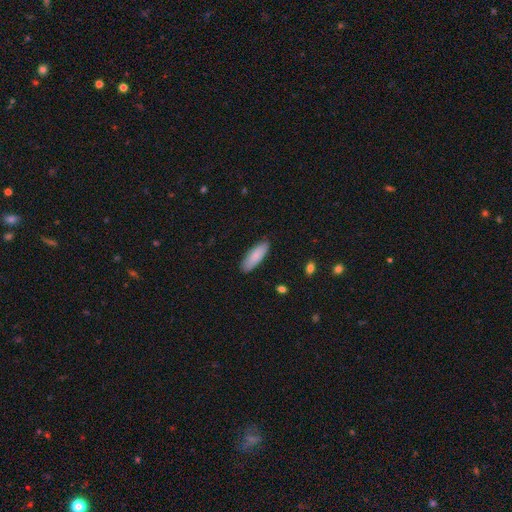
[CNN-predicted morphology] Q: Smooth or featured?
A: smooth (85%); runner-up: featured or disk (9%)
Q: How rounded?
A: in between (60%); runner-up: cigar-shaped (38%)
Q: Merging?
A: none (86%); runner-up: minor disturbance (11%)